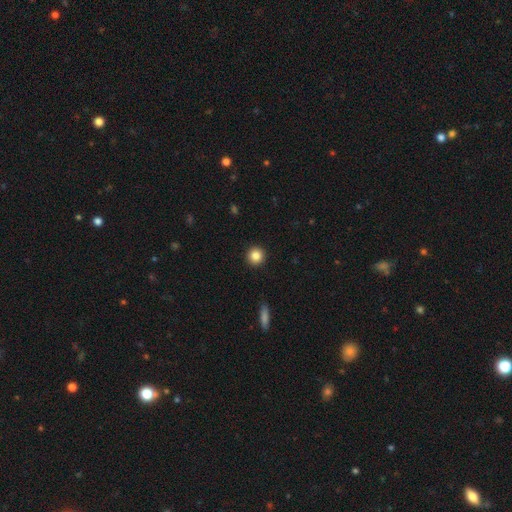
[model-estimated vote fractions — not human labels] Q: Smooth or featured?
A: smooth (85%); runner-up: star or artifact (10%)
Q: How rounded?
A: round (95%); runner-up: in between (4%)
Q: Merging?
A: none (93%); runner-up: minor disturbance (5%)